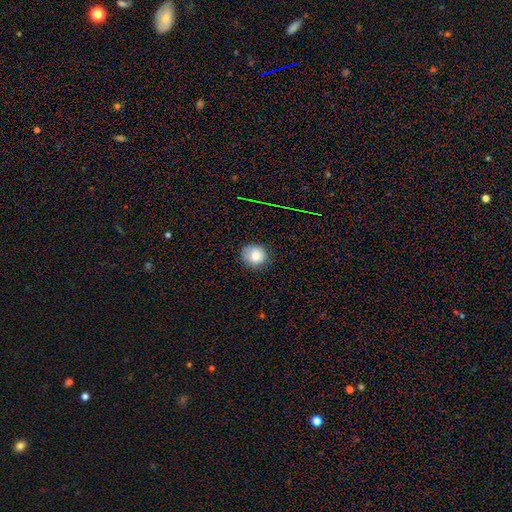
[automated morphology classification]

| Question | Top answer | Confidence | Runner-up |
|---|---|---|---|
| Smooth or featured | smooth | 81% | star or artifact (10%) |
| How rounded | round | 81% | in between (18%) |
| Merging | none | 77% | minor disturbance (18%) |